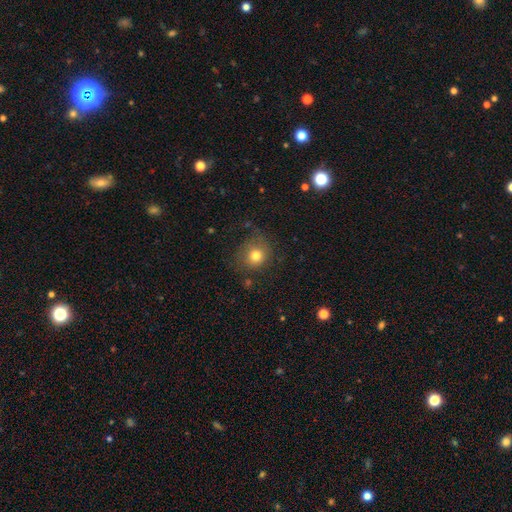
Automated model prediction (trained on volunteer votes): This is likely a smooth galaxy (77%). How rounded: clearly round (84%). Merging: likely none (72%).